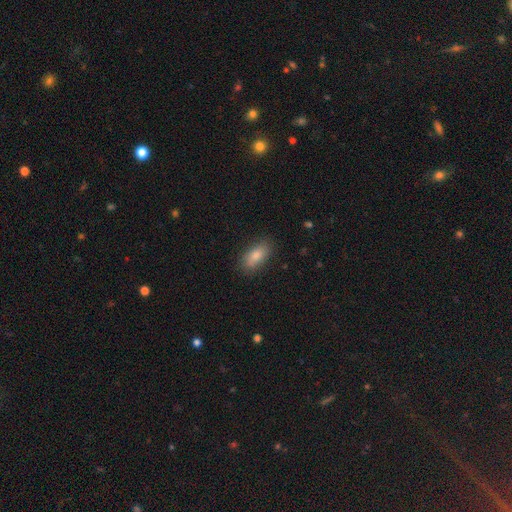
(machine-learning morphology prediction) Smooth or featured: smooth — 83% (featured or disk — 10%)
How rounded: in between — 88% (cigar-shaped — 9%)
Merging: none — 81% (minor disturbance — 14%)